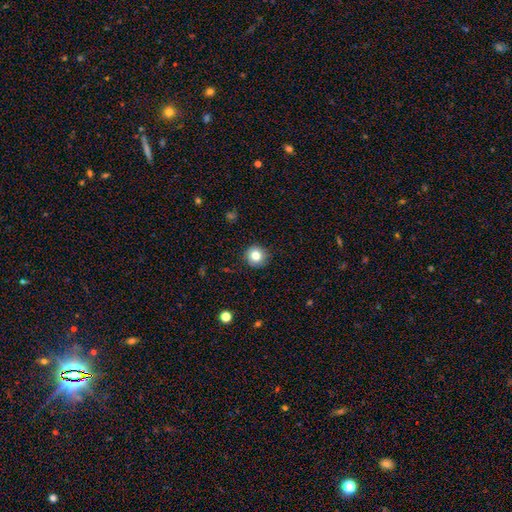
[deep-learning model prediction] smooth 81%, star or artifact 11%, featured or disk 9%. Down the decision tree: how rounded — round (94%); merging — none (89%).